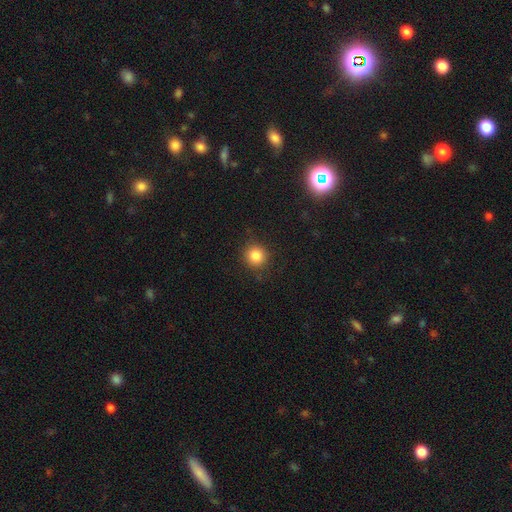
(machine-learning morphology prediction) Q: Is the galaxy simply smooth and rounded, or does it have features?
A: smooth — 84%.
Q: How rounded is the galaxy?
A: round — 90%.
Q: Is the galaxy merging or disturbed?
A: none — 87%.